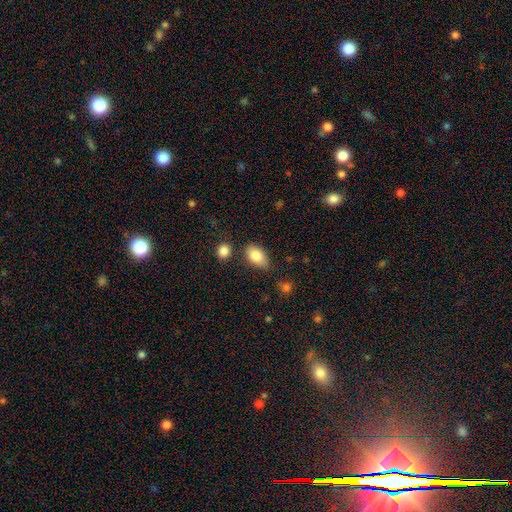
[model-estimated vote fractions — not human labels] Smooth or featured? smooth (84%)
How rounded? in between (91%)
Merging? none (75%)